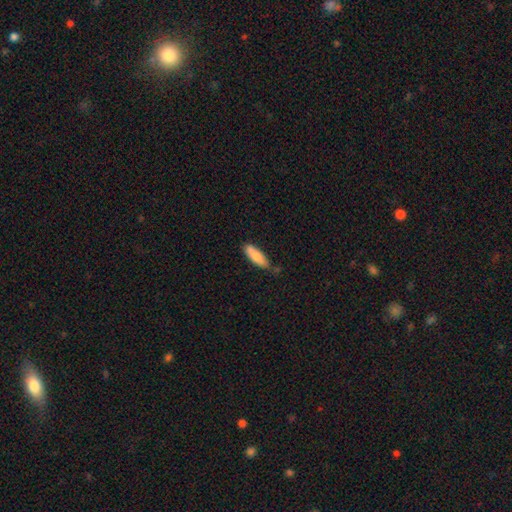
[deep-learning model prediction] The model was most divided on "how rounded": in between: 52%, cigar-shaped: 46%, round: 2%. More confident: smooth or featured — smooth (82%); merging — none (63%).